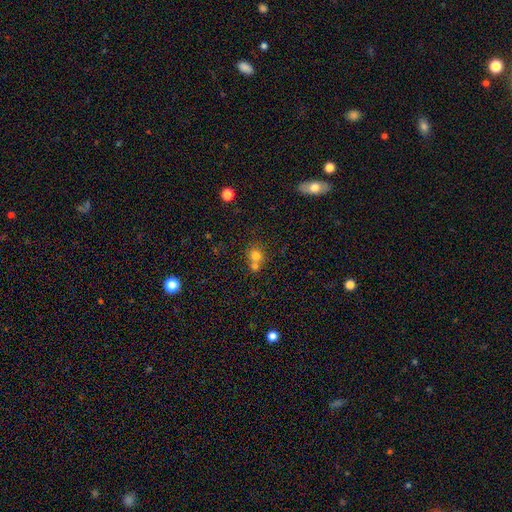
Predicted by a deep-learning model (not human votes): Q: Smooth or featured?
A: smooth (74%); runner-up: star or artifact (14%)
Q: How rounded?
A: round (78%); runner-up: in between (21%)
Q: Merging?
A: merger (49%); runner-up: none (40%)